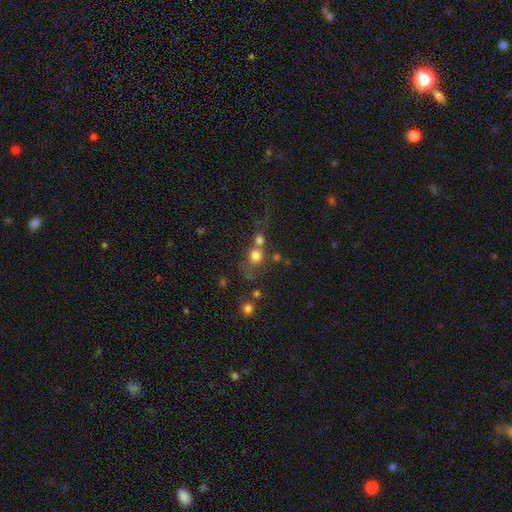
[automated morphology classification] This is likely a smooth galaxy (73%). How rounded: clearly round (87%). Merging: marginally none (44%).